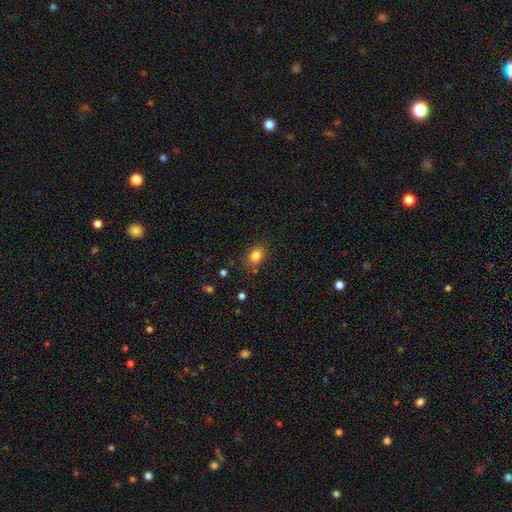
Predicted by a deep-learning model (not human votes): This appears to be a smooth galaxy with no disk features (83%) that is in between round and cigar-shaped (55%). Merging: none (82%).